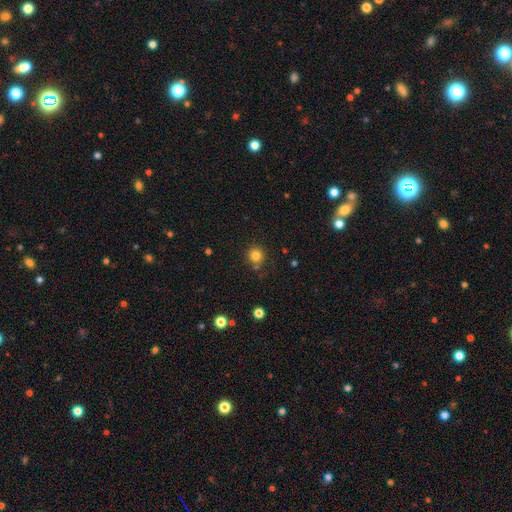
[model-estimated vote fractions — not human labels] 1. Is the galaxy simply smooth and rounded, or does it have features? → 82% smooth, 13% star or artifact, 6% featured or disk.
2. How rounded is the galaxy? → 92% round, 7% in between, 1% cigar-shaped.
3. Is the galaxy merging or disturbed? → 80% none, 11% minor disturbance, 5% merger, 3% major disturbance.